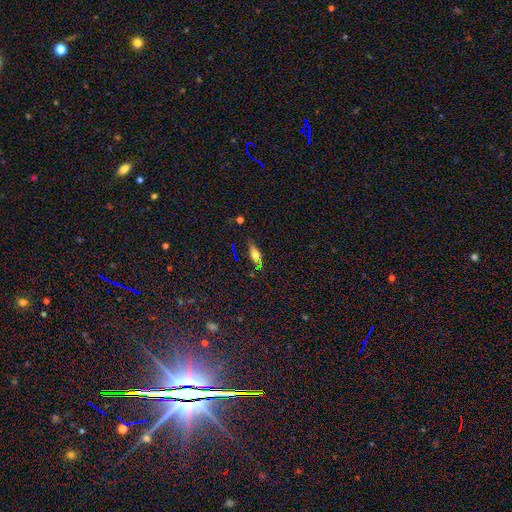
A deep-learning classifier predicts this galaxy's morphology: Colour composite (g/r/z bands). It shows a smooth galaxy with no disk features (60%) that is in between round and cigar-shaped (69%). Merging: none (74%).